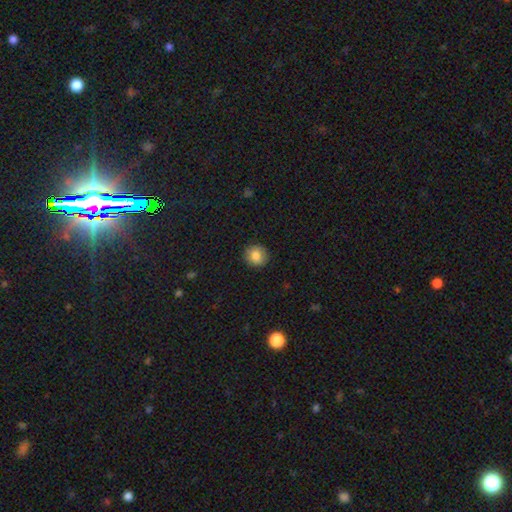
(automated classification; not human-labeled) Smooth or featured? smooth (84%)
How rounded? round (88%)
Merging? none (90%)